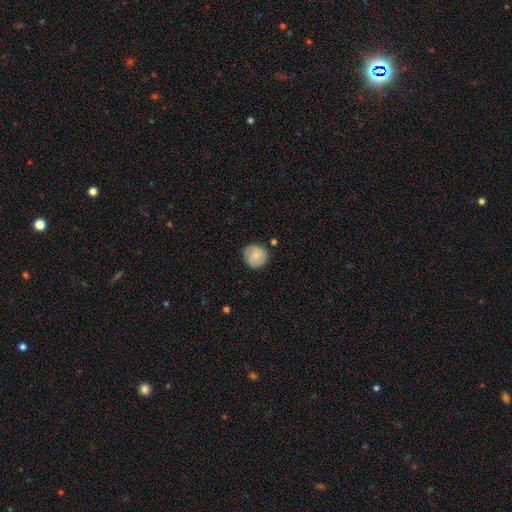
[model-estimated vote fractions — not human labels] Morphology: type=smooth (66%); roundness=round (90%); merging=none (78%).